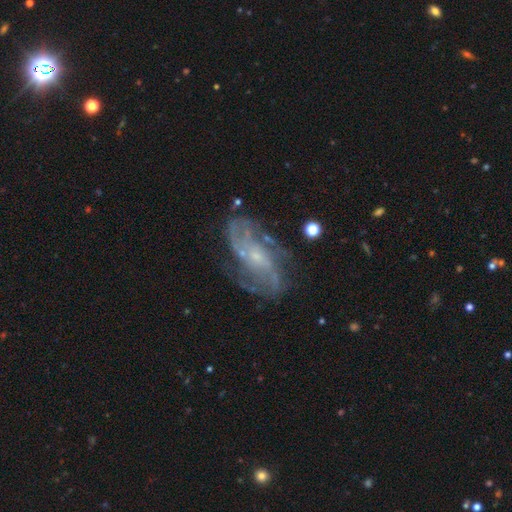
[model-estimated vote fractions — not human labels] This is clearly a featured or disk galaxy (85%). It is clearly not viewed edge-on (95%). Bar: likely no (61%). Spiral arm pattern: clearly yes (93%). Spiral arm count: marginally 2 (40%). Spiral winding: marginally medium (44%). Central bulge: likely small (74%). Merging: likely none (69%).